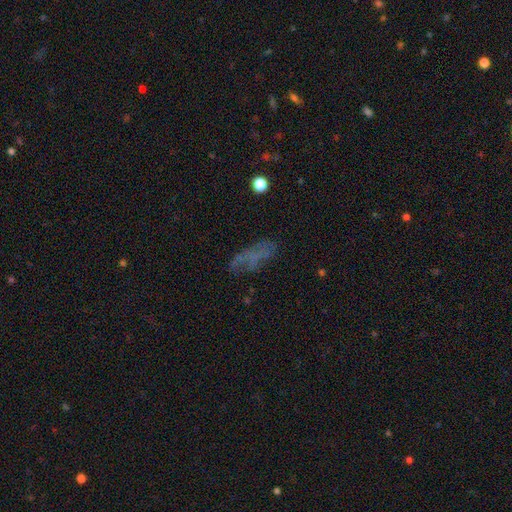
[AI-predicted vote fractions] smooth_or_featured: smooth (p=0.45) [alt: featured or disk p=0.37]
merging: none (p=0.56) [alt: minor disturbance p=0.22]